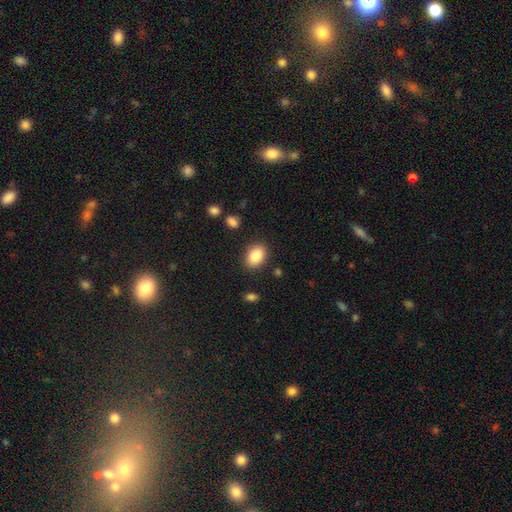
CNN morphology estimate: smooth_or_featured: smooth (p=0.86) [alt: star or artifact p=0.08]
how_rounded: in between (p=0.80) [alt: round p=0.19]
merging: none (p=0.86) [alt: minor disturbance p=0.09]